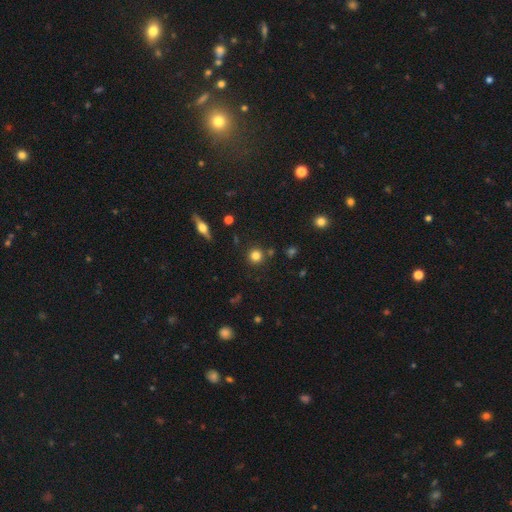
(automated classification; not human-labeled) smooth-or-featured: smooth: 80% | star or artifact: 13% | featured or disk: 8%
  how-rounded: round: 94% | in between: 5% | cigar-shaped: 1%
  merging: none: 86% | minor disturbance: 6% | merger: 5% | major disturbance: 2%